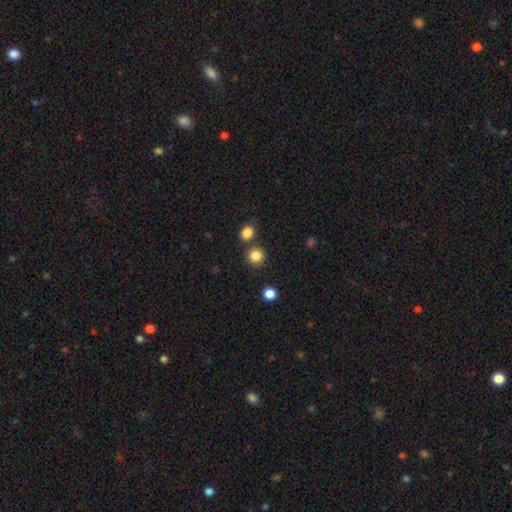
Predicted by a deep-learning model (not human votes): Smooth or featured? Predicted: smooth (p=0.85). How rounded? Predicted: round (p=0.91). Merging? Predicted: none (p=0.77).